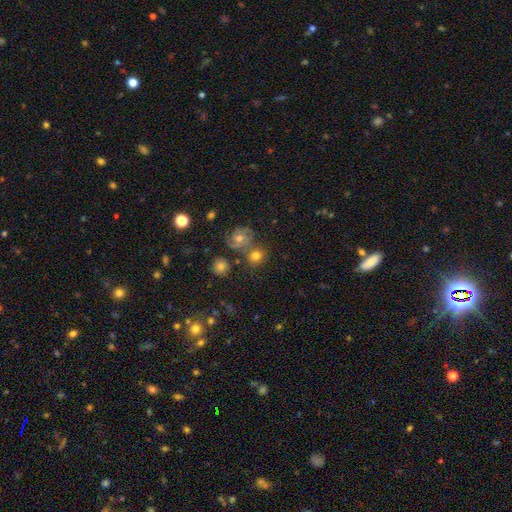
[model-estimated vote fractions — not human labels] A smooth galaxy with no disk features (64%) that is round (72%).

Vote fractions:
- Smooth or featured? smooth: 64% / featured or disk: 24% / star or artifact: 12%
- How rounded? round: 72% / in between: 27% / cigar-shaped: 1%
- Merging? none: 58% / merger: 24% / minor disturbance: 12% / major disturbance: 5%